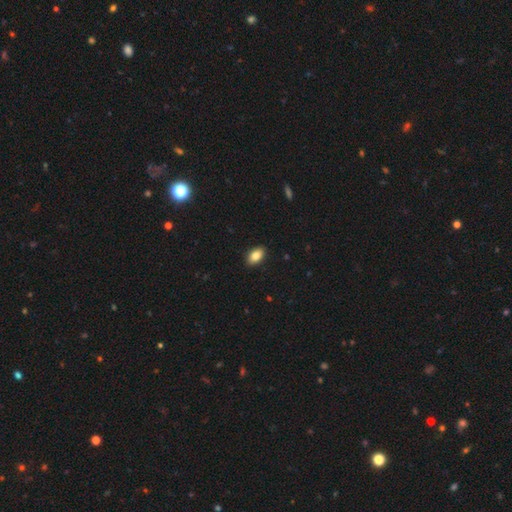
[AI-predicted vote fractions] This is clearly a smooth galaxy (84%). How rounded: clearly in between (91%). Merging: clearly none (90%).